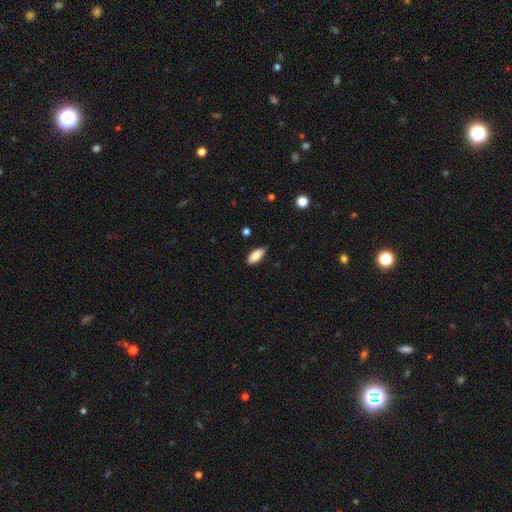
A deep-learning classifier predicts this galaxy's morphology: This appears to be a smooth galaxy with no disk features (86%) that is in between round and cigar-shaped (87%). Merging: none (82%).